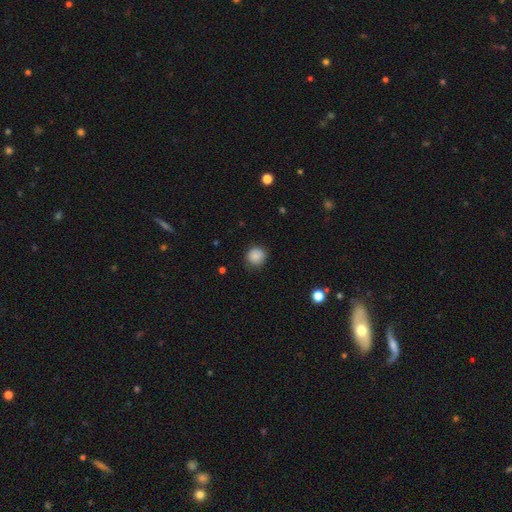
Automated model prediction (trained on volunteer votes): smooth 86%, star or artifact 9%, featured or disk 5%. Down the decision tree: how rounded — round (91%); merging — none (83%).